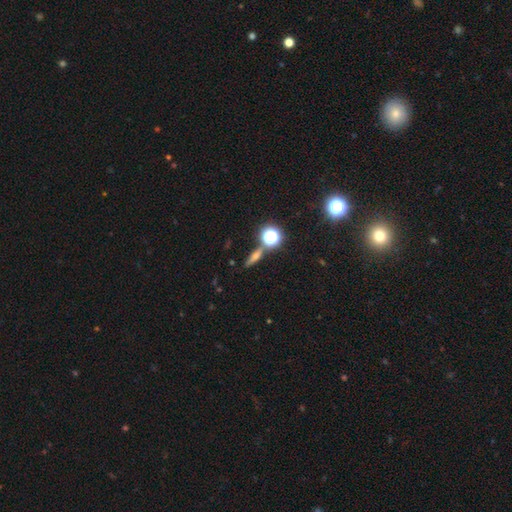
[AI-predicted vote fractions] Q: Smooth or featured?
A: featured or disk (40%); runner-up: smooth (34%)
Q: Merging?
A: none (80%); runner-up: minor disturbance (9%)